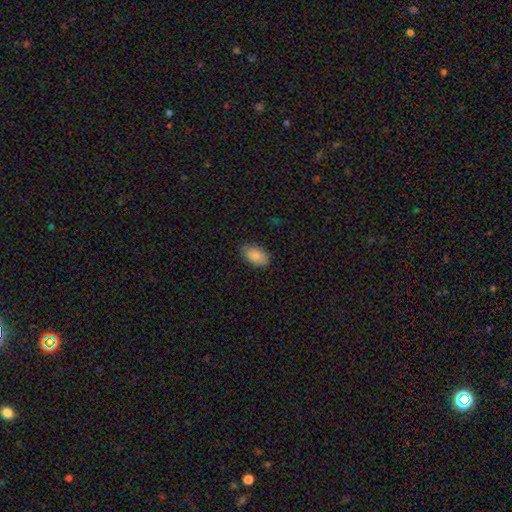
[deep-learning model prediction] The model was most divided on "merging": none: 86%, minor disturbance: 11%, major disturbance: 2%, merger: 1%. More confident: how rounded — in between (94%); smooth or featured — smooth (87%).